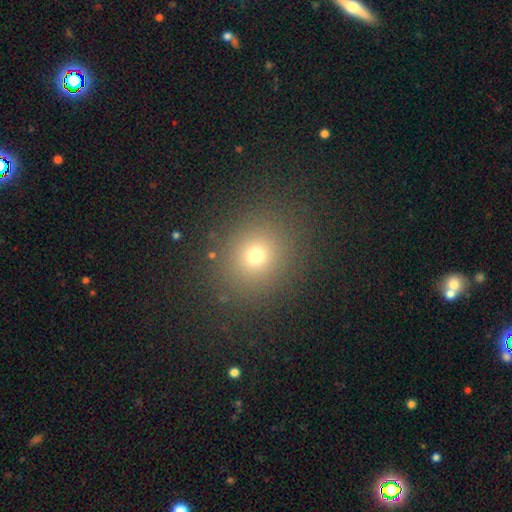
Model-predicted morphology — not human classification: This is likely a smooth galaxy (70%). How rounded: clearly round (80%). Merging: clearly none (87%).